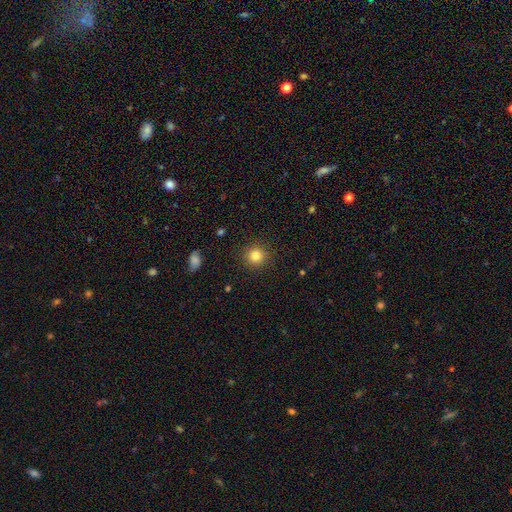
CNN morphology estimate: Smooth or featured: smooth — 82% (star or artifact — 12%)
How rounded: round — 93% (in between — 6%)
Merging: none — 91% (minor disturbance — 6%)